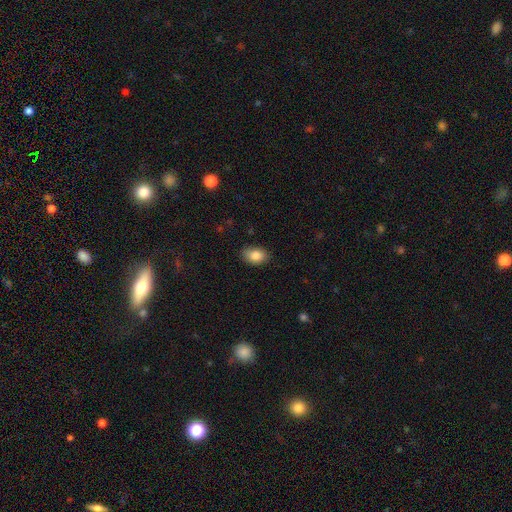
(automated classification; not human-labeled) Q: Smooth or featured?
A: smooth (85%); runner-up: star or artifact (8%)
Q: How rounded?
A: in between (82%); runner-up: round (16%)
Q: Merging?
A: none (82%); runner-up: minor disturbance (14%)